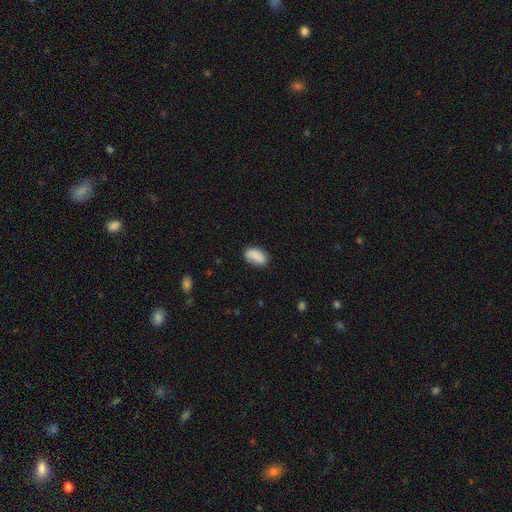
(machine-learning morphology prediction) Smooth or featured? smooth (82%)
How rounded? in between (91%)
Merging? none (68%)